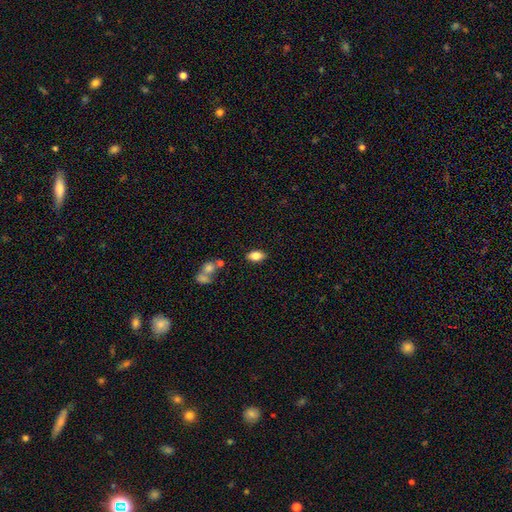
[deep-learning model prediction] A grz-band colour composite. It shows a smooth galaxy with no disk features (78%) that is in between round and cigar-shaped (88%). Merging: none (84%).